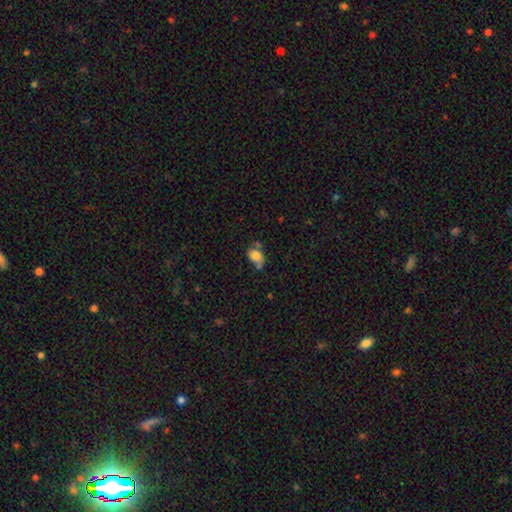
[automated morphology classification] smooth 72%, featured or disk 18%, star or artifact 10%. Down the decision tree: how rounded — in between (73%); merging — none (40%).